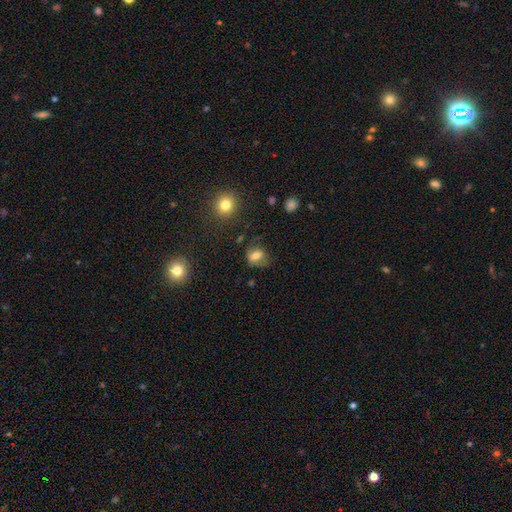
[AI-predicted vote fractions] Overall: smooth (68%). How rounded: in between (51%; round 48%). Merging: none (61%; minor disturbance 24%).